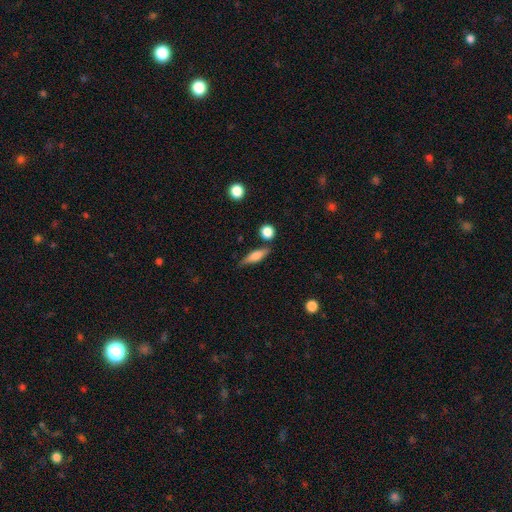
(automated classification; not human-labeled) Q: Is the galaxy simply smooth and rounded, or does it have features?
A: smooth — 57%.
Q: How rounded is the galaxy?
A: cigar-shaped — 53%.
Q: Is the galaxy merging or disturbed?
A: none — 75%.